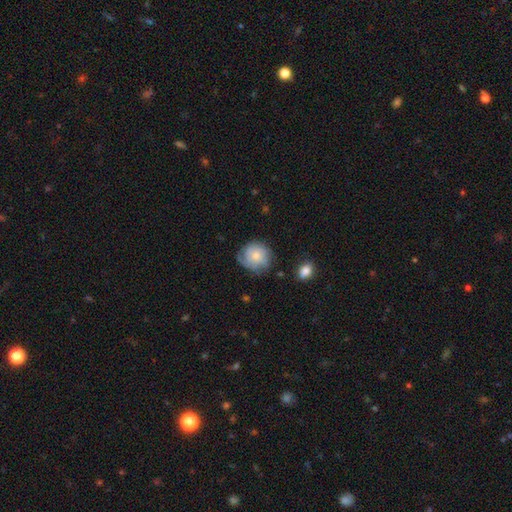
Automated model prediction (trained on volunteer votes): smooth_or_featured: smooth (p=0.52) [alt: featured or disk p=0.40]
how_rounded: round (p=0.85) [alt: in between p=0.14]
merging: none (p=0.65) [alt: minor disturbance p=0.25]